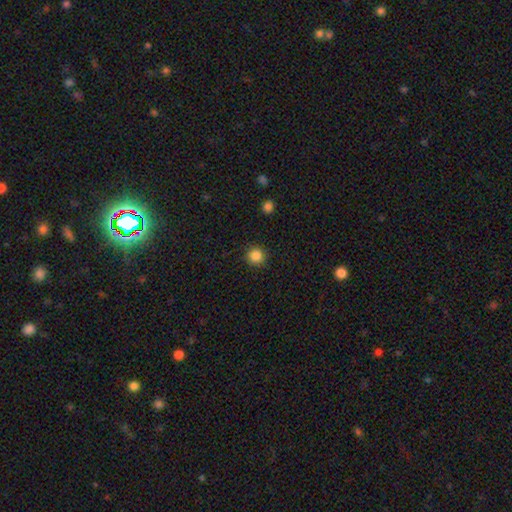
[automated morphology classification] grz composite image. It shows a smooth galaxy with no disk features (85%) that is round (94%). Merging: none (91%).